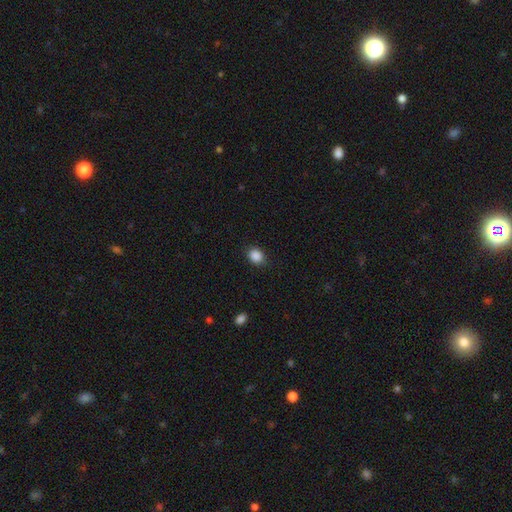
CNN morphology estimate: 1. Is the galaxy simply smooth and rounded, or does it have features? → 88% smooth, 9% star or artifact, 3% featured or disk.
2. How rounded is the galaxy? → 50% round, 49% in between, 1% cigar-shaped.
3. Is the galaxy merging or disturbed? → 86% none, 10% minor disturbance, 3% major disturbance, 1% merger.